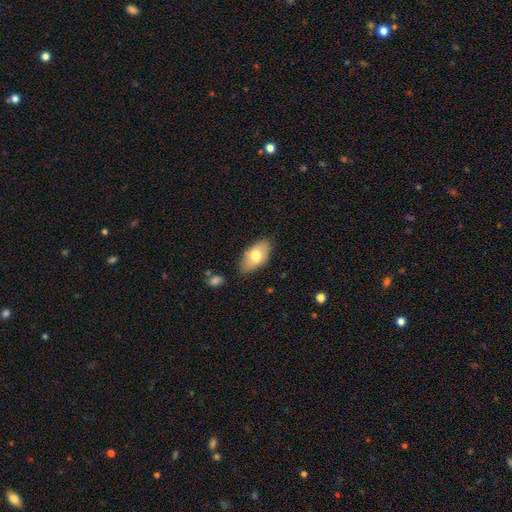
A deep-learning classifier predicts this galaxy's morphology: Smooth or featured?
  - smooth: 71% *
  - featured or disk: 22%
  - star or artifact: 7%
How rounded?
  - in between: 93% *
  - round: 4%
  - cigar-shaped: 3%
Merging?
  - none: 79% *
  - minor disturbance: 15%
  - major disturbance: 3%
  - merger: 2%